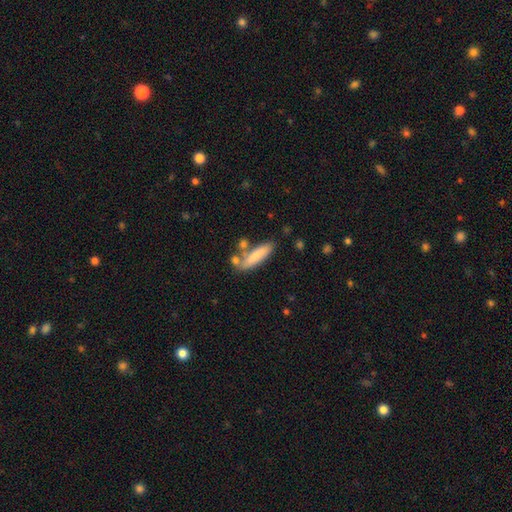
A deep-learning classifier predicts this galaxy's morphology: smooth_or_featured: smooth (p=0.78) [alt: featured or disk p=0.16]
how_rounded: cigar-shaped (p=0.70) [alt: in between p=0.28]
merging: none (p=0.61) [alt: minor disturbance p=0.17]